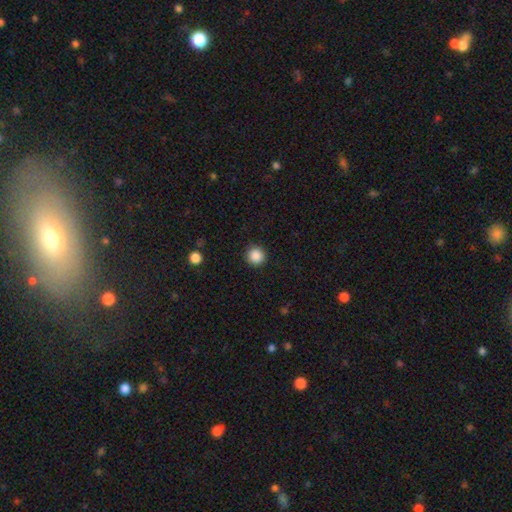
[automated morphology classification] The model was most divided on "smooth or featured": smooth: 88%, star or artifact: 9%, featured or disk: 3%. More confident: how rounded — round (95%); merging — none (91%).